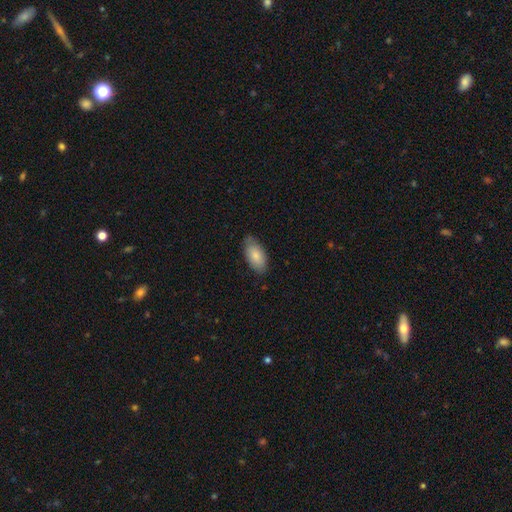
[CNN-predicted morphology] Overall: smooth (83%). How rounded: in between (94%). Merging: none (77%).